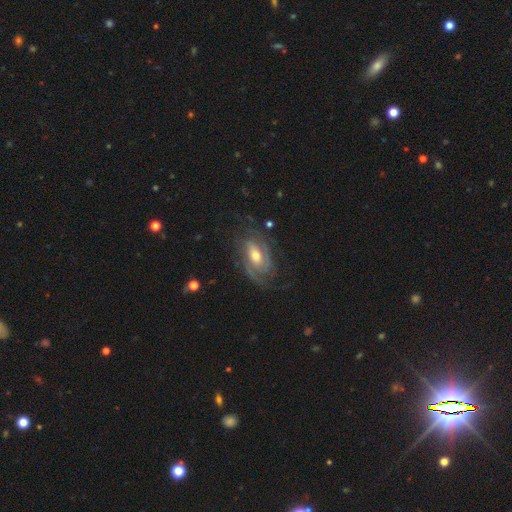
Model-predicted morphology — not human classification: featured or disk 82%, smooth 12%, star or artifact 5%. Down the decision tree: edge-on disk — no (95%); bar — no (54%); spiral arms — yes (93%); spiral arm count — 2 (42%); spiral winding — tight (49%); bulge size — moderate (68%); merging — none (65%).